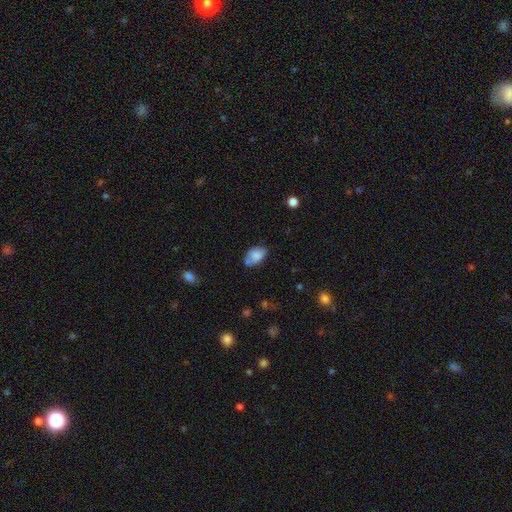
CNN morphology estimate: A smooth galaxy with no disk features (79%) that is in between round and cigar-shaped (86%). Merging: none (51%).